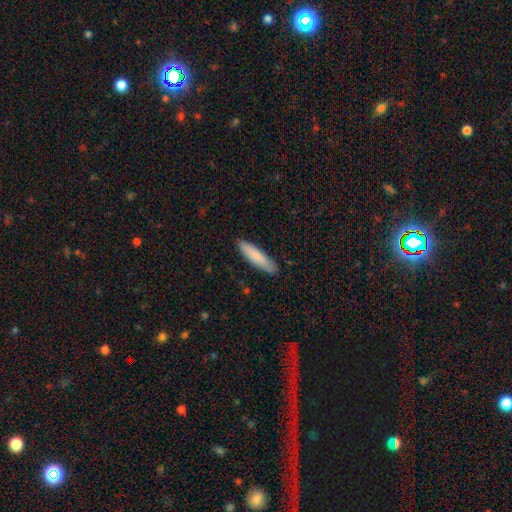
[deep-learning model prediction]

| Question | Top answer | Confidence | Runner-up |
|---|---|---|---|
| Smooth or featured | smooth | 84% | featured or disk (11%) |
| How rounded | cigar-shaped | 79% | in between (20%) |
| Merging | none | 89% | minor disturbance (8%) |